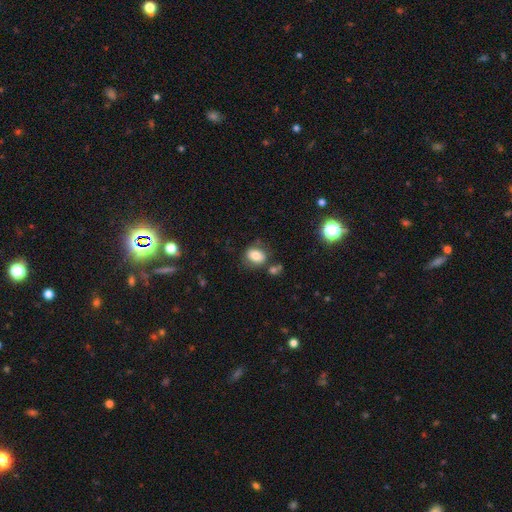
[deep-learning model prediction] Smooth or featured?
  - smooth: 78% *
  - featured or disk: 12%
  - star or artifact: 10%
How rounded?
  - in between: 65% *
  - round: 34%
  - cigar-shaped: 1%
Merging?
  - none: 67% *
  - minor disturbance: 17%
  - merger: 11%
  - major disturbance: 6%